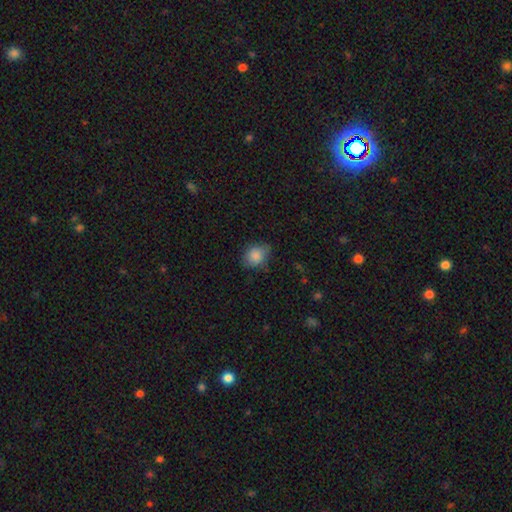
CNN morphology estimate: smooth_or_featured: smooth (p=0.86) [alt: star or artifact p=0.08]
how_rounded: round (p=0.52) [alt: in between p=0.47]
merging: none (p=0.69) [alt: minor disturbance p=0.24]